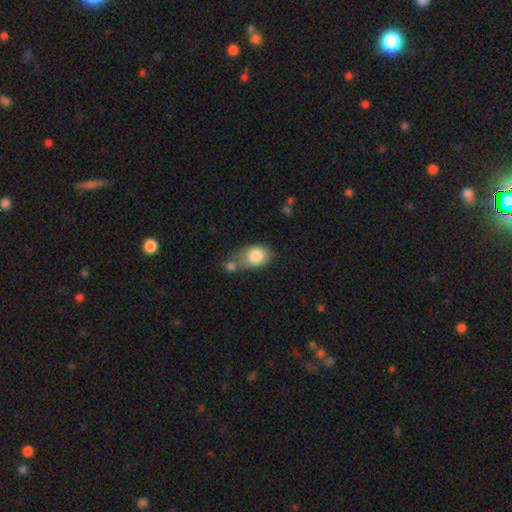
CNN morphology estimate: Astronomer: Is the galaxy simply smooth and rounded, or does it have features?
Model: smooth — 83%.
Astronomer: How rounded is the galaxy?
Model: in between — 65%.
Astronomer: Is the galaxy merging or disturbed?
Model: none — 36%, tied with merger at 36%.